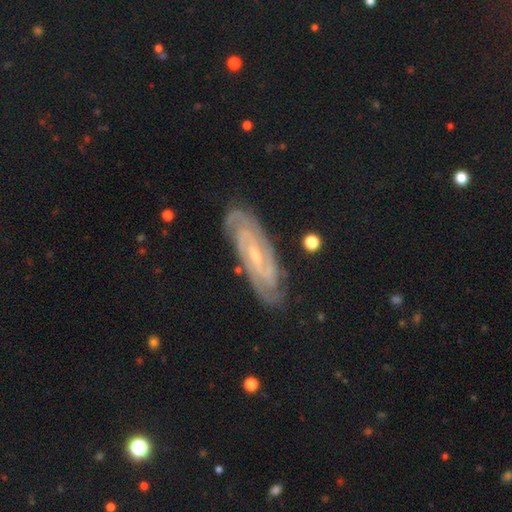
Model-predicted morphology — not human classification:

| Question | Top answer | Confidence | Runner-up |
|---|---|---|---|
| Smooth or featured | featured or disk | 88% | star or artifact (7%) |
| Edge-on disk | no | 92% | yes (8%) |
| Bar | weak | 42% | no (37%) |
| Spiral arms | yes | 98% | no (2%) |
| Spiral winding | tight | 76% | medium (21%) |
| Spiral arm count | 2 | 48% | 3 (17%) |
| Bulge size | small | 75% | moderate (19%) |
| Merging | none | 84% | minor disturbance (12%) |